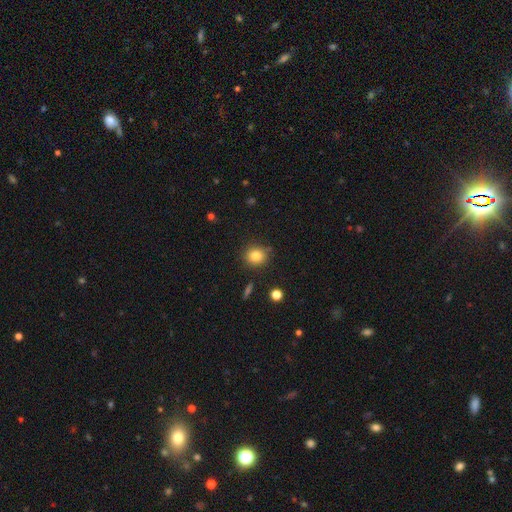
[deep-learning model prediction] The model was most divided on "how rounded": round: 83%, in between: 16%, cigar-shaped: 1%. More confident: merging — none (83%); smooth or featured — smooth (82%).